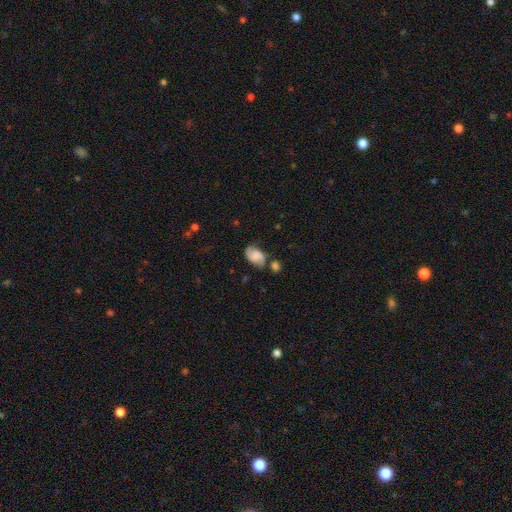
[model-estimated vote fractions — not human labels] featured or disk 50%, smooth 40%, star or artifact 10%. Down the decision tree: merging — none (53%).